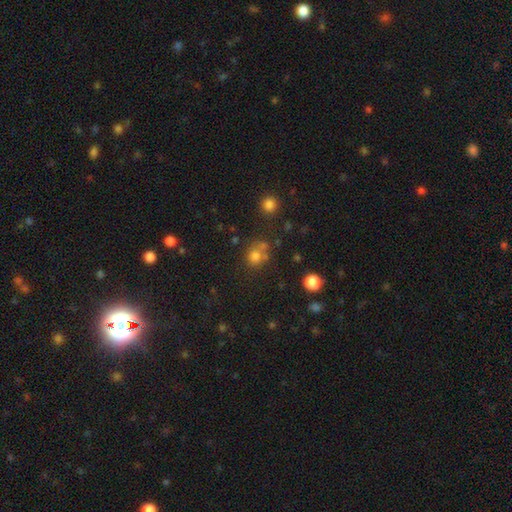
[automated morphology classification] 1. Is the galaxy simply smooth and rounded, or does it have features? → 70% smooth, 21% star or artifact, 9% featured or disk.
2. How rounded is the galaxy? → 79% round, 20% in between, 1% cigar-shaped.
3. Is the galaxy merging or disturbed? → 59% none, 23% merger, 13% minor disturbance, 6% major disturbance.